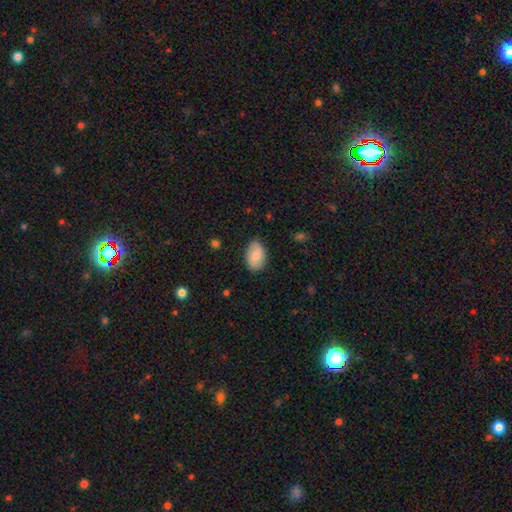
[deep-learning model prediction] Morphology: type=smooth (80%); roundness=in between (91%); merging=none (80%).